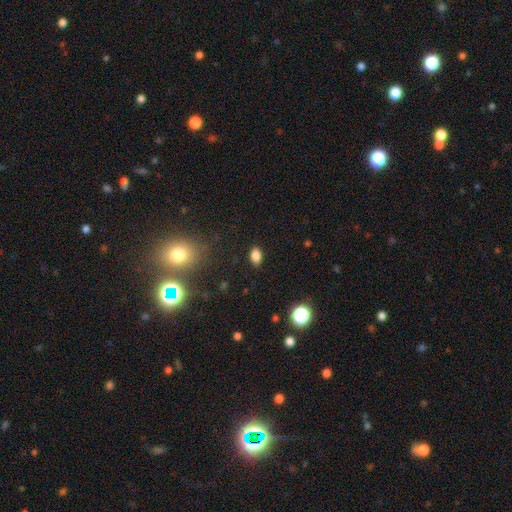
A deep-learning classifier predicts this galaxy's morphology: Smooth or featured?
  - smooth: 83% *
  - star or artifact: 12%
  - featured or disk: 4%
How rounded?
  - in between: 82% *
  - round: 16%
  - cigar-shaped: 2%
Merging?
  - none: 86% *
  - minor disturbance: 10%
  - major disturbance: 3%
  - merger: 1%